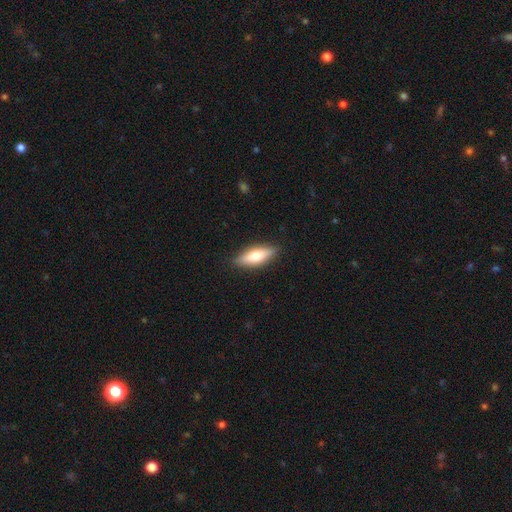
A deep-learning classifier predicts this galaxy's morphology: The model was most divided on "how rounded": in between: 55%, cigar-shaped: 42%, round: 2%. More confident: merging — none (88%); smooth or featured — smooth (66%).